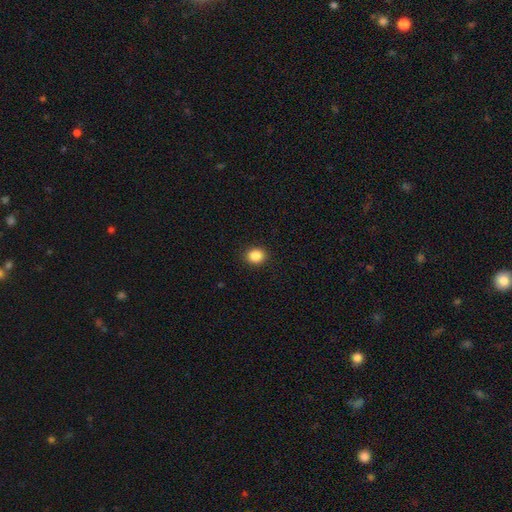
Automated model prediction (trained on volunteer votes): smooth 86%, star or artifact 10%, featured or disk 4%. Down the decision tree: how rounded — round (64%); merging — none (92%).